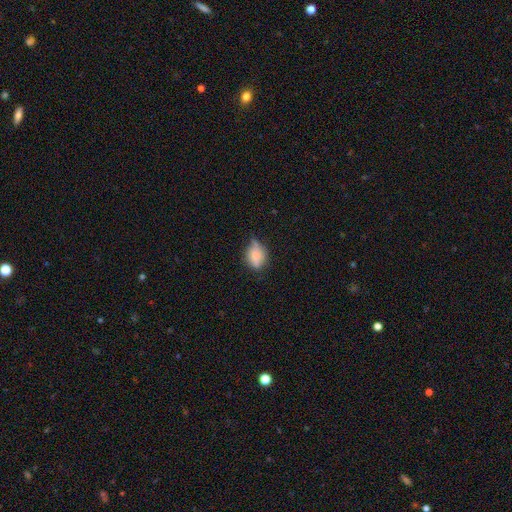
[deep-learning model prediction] Smooth or featured: smooth — 66% (featured or disk — 23%)
How rounded: in between — 67% (round — 29%)
Merging: none — 44% (minor disturbance — 37%)